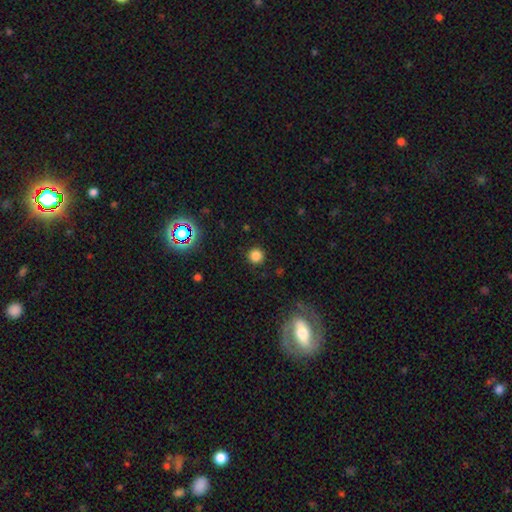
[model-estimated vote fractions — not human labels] Q: Smooth or featured?
A: smooth (82%); runner-up: star or artifact (14%)
Q: How rounded?
A: round (95%); runner-up: in between (4%)
Q: Merging?
A: none (91%); runner-up: minor disturbance (6%)